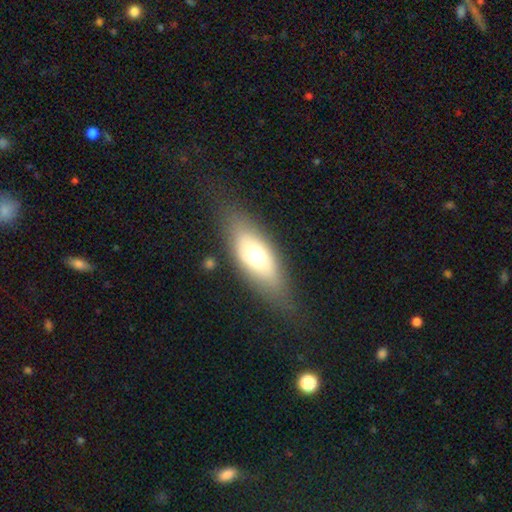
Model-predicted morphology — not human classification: smooth_or_featured: smooth (p=0.61) [alt: featured or disk p=0.31]
how_rounded: in between (p=0.77) [alt: cigar-shaped p=0.18]
merging: none (p=0.76) [alt: minor disturbance p=0.15]